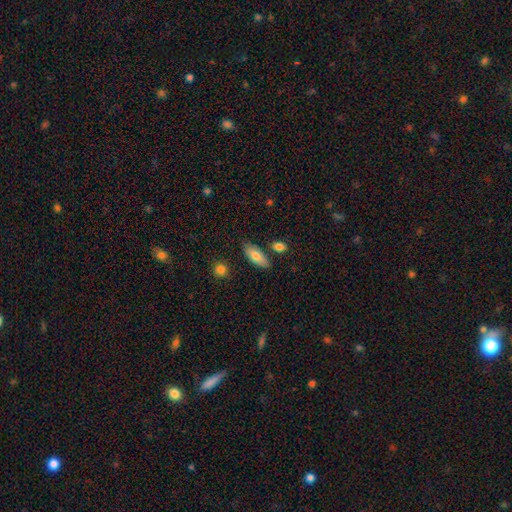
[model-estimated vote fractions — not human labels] Smooth or featured? smooth (78%)
How rounded? in between (83%)
Merging? none (78%)